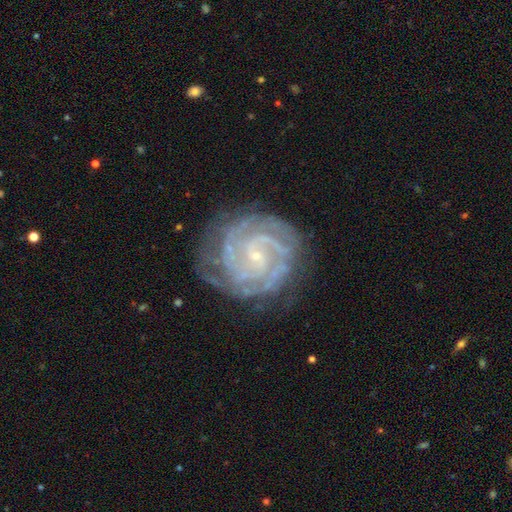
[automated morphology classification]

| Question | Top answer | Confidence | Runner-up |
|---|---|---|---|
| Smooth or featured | featured or disk | 90% | star or artifact (6%) |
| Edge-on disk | no | 98% | yes (2%) |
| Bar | no | 56% | weak (33%) |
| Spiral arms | yes | 98% | no (2%) |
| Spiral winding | tight | 76% | medium (21%) |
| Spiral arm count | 2 | 27% | 3 (23%) |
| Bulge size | small | 85% | moderate (8%) |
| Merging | none | 77% | minor disturbance (16%) |